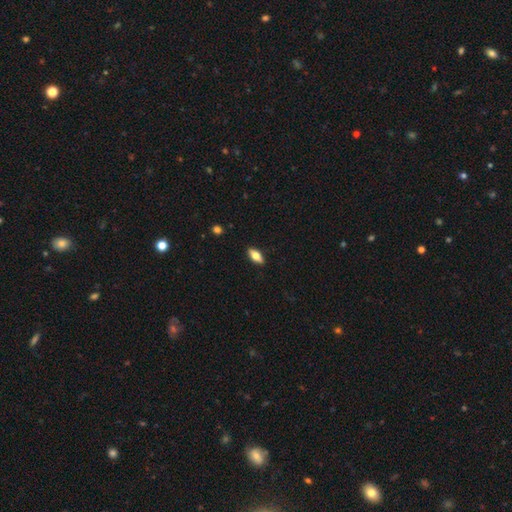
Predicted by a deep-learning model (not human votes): Overall: smooth (62%; featured or disk 31%). How rounded: in between (79%). Merging: none (89%).